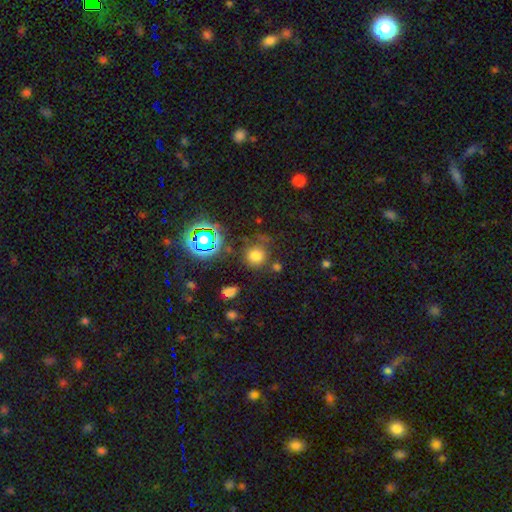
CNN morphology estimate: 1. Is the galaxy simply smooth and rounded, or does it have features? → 70% smooth, 23% star or artifact, 7% featured or disk.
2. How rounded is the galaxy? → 89% round, 10% in between, 1% cigar-shaped.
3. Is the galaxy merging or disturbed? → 73% none, 13% minor disturbance, 7% merger, 6% major disturbance.